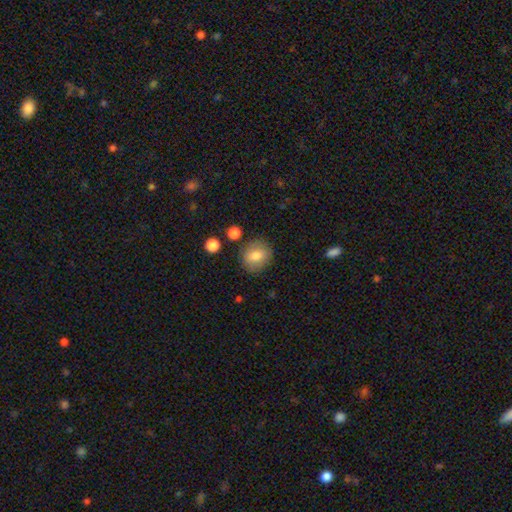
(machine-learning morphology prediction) Smooth or featured? Predicted: smooth (p=0.76). How rounded? Predicted: round (p=0.74). Merging? Predicted: none (p=0.83).